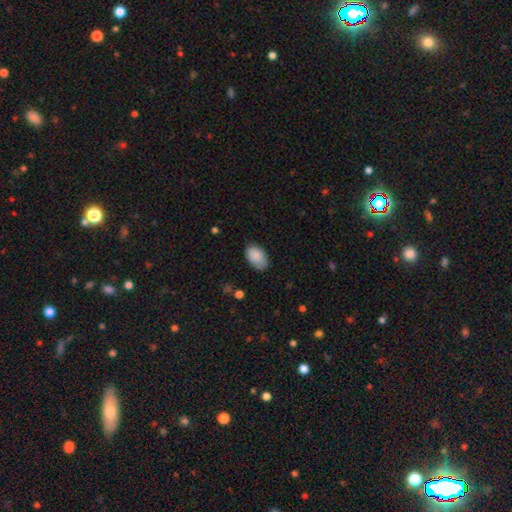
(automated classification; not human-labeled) A smooth galaxy with no disk features (88%) that is in between round and cigar-shaped (93%). Merging: none (76%).